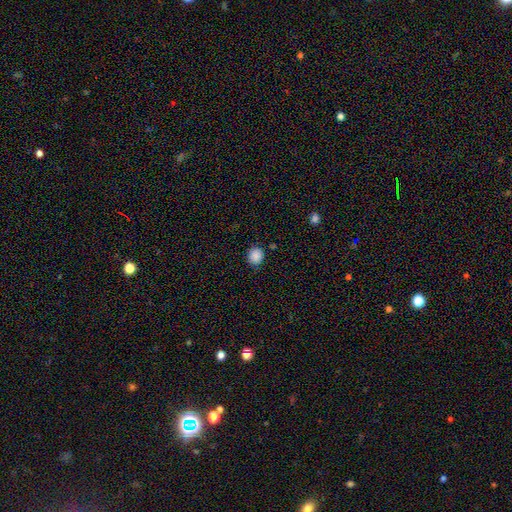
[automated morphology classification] Q: Smooth or featured?
A: smooth (87%); runner-up: star or artifact (10%)
Q: How rounded?
A: round (81%); runner-up: in between (18%)
Q: Merging?
A: none (85%); runner-up: minor disturbance (11%)